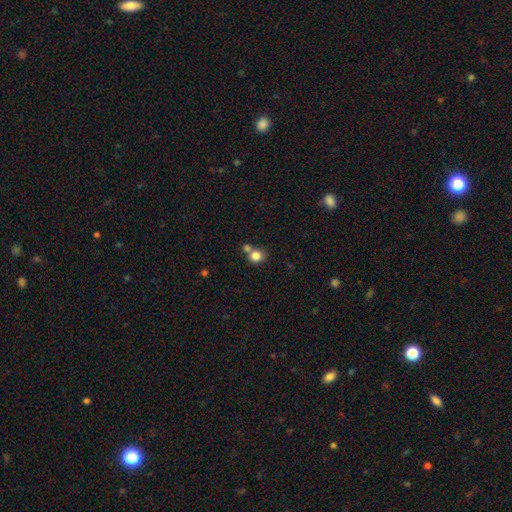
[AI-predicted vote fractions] A smooth galaxy with no disk features (82%) that is round (82%). Merging: none (51%).